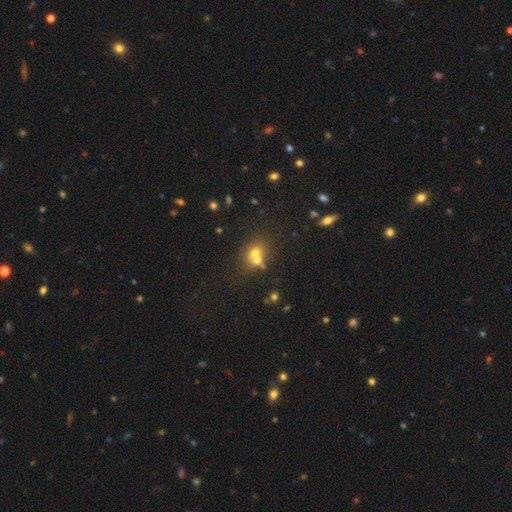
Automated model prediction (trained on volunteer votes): This appears to be a smooth galaxy with no disk features (60%) that is round (69%). Merging: merger (56%).